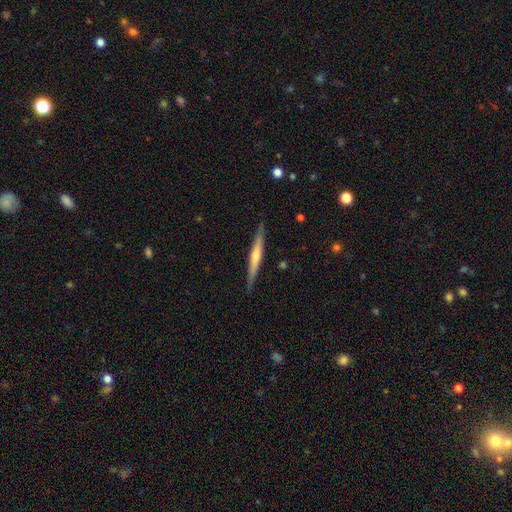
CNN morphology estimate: type=featured or disk (65%); edge-on=yes (98%); edge-on bulge=rounded (70%); merging=none (89%).